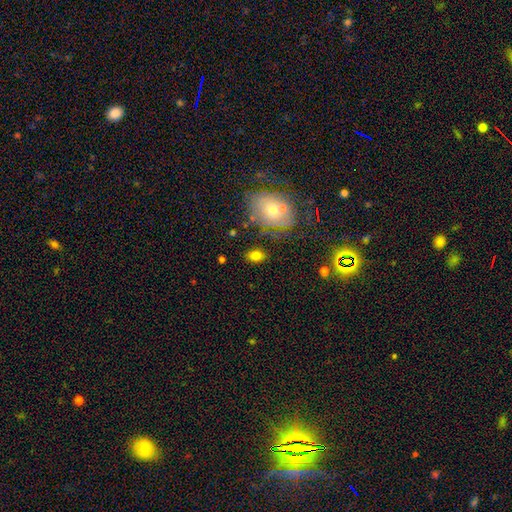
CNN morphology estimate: Q: Smooth or featured?
A: smooth (77%); runner-up: featured or disk (12%)
Q: How rounded?
A: in between (76%); runner-up: round (22%)
Q: Merging?
A: none (75%); runner-up: minor disturbance (13%)